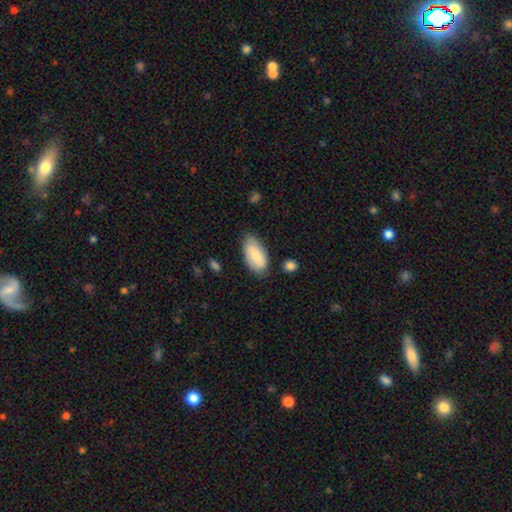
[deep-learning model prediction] Smooth or featured? Predicted: smooth (p=0.73). How rounded? Predicted: in between (p=0.93). Merging? Predicted: none (p=0.69).